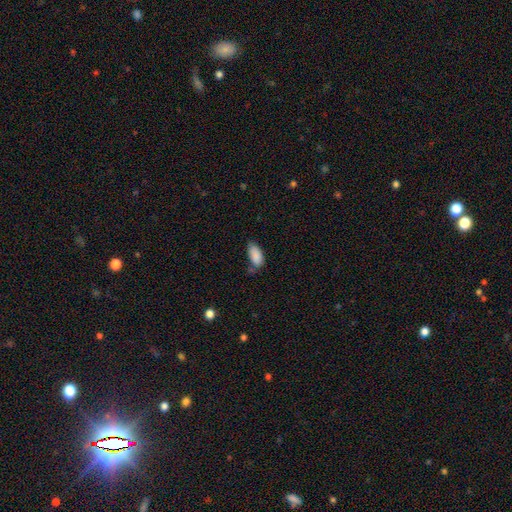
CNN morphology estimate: smooth 87%, star or artifact 8%, featured or disk 5%. Down the decision tree: how rounded — in between (92%); merging — none (57%).